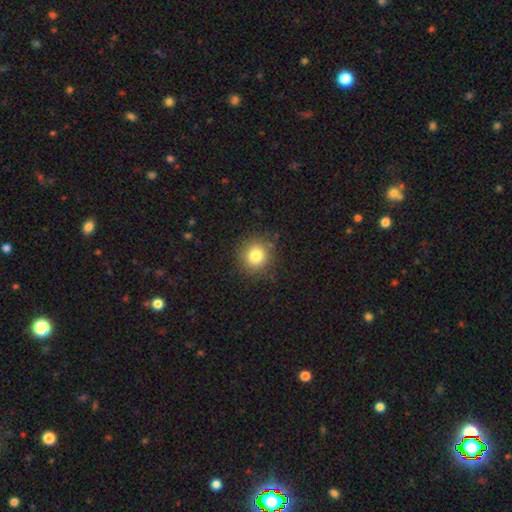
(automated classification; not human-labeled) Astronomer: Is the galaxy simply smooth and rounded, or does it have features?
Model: smooth — 81%.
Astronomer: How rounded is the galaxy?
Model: round — 91%.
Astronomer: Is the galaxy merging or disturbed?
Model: none — 87%.